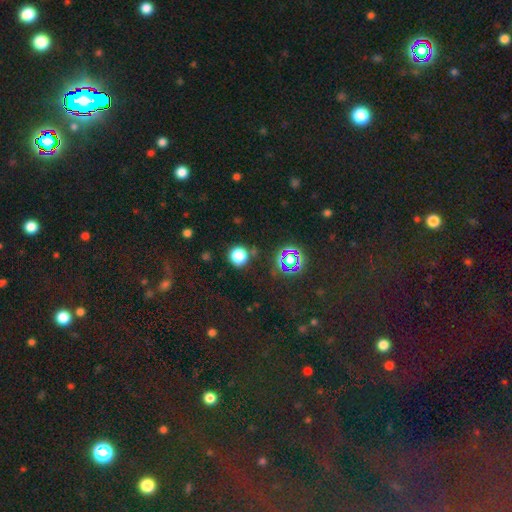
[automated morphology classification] The model was most divided on "smooth or featured": star or artifact: 78%, smooth: 16%, featured or disk: 7%.